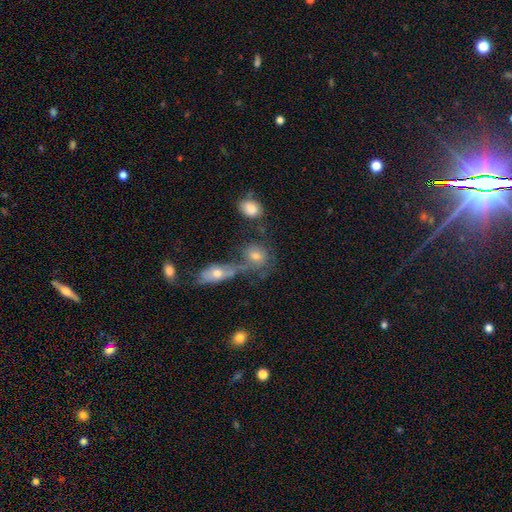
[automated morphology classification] smooth 59%, featured or disk 27%, star or artifact 14%. Down the decision tree: how rounded — round (51%); merging — none (42%).